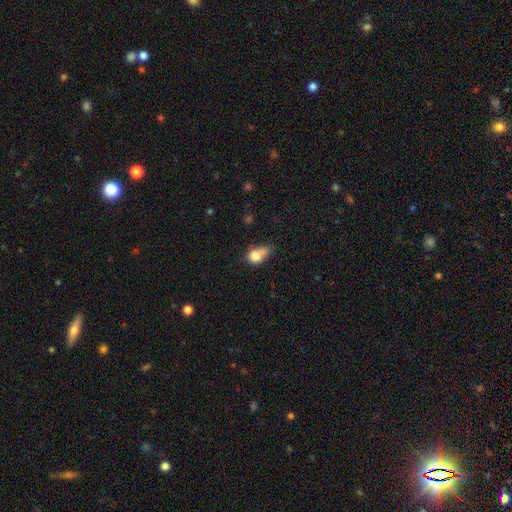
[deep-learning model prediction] smooth_or_featured: smooth (p=0.77) [alt: featured or disk p=0.13]
how_rounded: in between (p=0.63) [alt: round p=0.33]
merging: minor disturbance (p=0.35) [alt: none p=0.26]